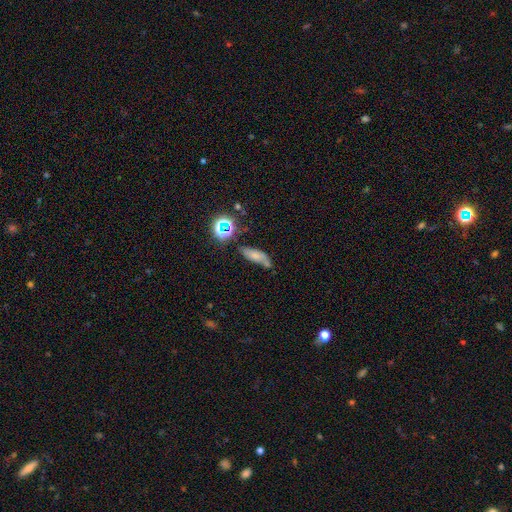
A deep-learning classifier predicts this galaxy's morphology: smooth 60%, featured or disk 22%, star or artifact 18%. Down the decision tree: how rounded — in between (62%); merging — none (51%).